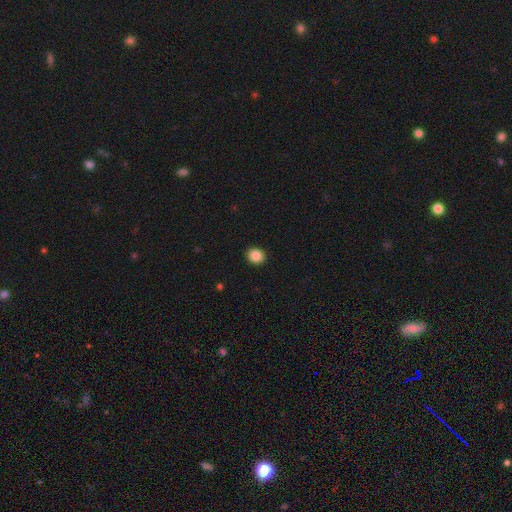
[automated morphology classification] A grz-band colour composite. It shows a smooth galaxy with no disk features (86%) that is round (75%). Merging: none (92%).